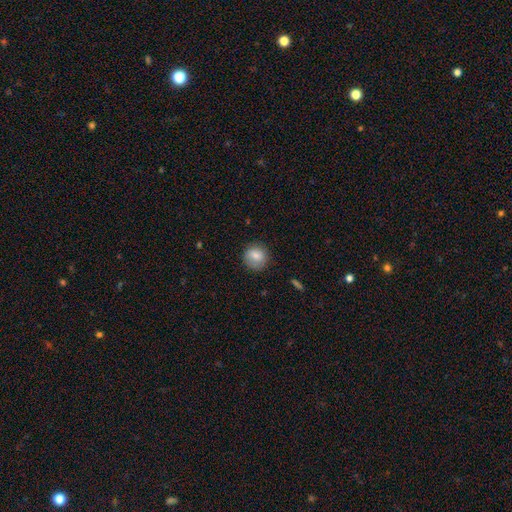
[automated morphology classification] smooth 83%, featured or disk 9%, star or artifact 8%. Down the decision tree: how rounded — round (86%); merging — none (82%).